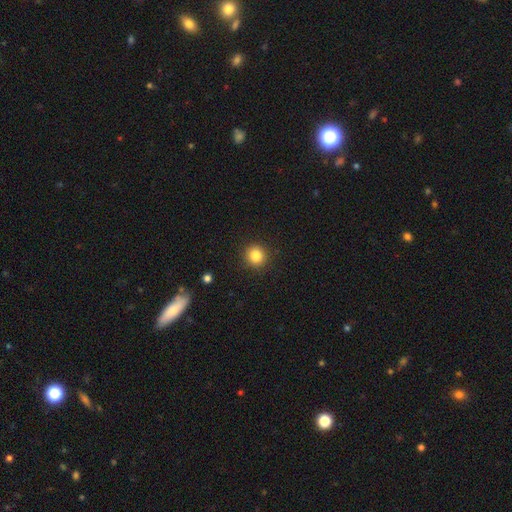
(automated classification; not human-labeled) A smooth galaxy with no disk features (84%) that is round (92%).

Vote fractions:
- Smooth or featured? smooth: 84% / star or artifact: 11% / featured or disk: 5%
- How rounded? round: 92% / in between: 7% / cigar-shaped: 1%
- Merging? none: 92% / minor disturbance: 5% / major disturbance: 2% / merger: 1%